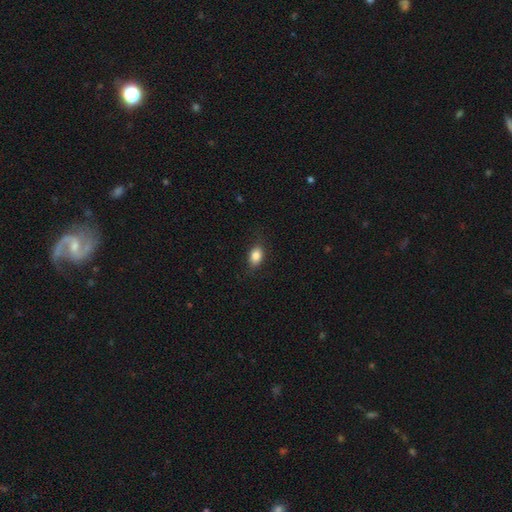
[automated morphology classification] The model was most divided on "how rounded": in between: 83%, round: 15%, cigar-shaped: 2%. More confident: smooth or featured — smooth (85%); merging — none (82%).